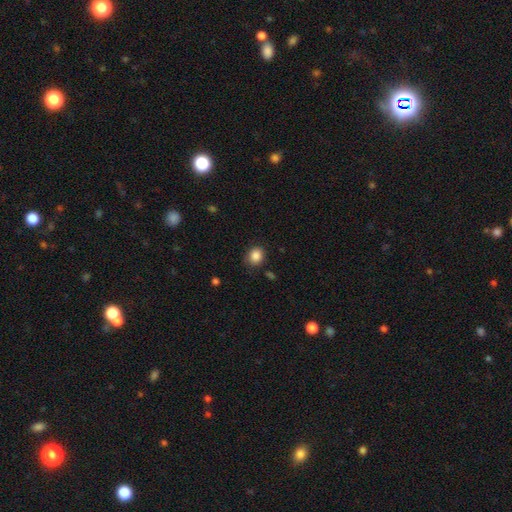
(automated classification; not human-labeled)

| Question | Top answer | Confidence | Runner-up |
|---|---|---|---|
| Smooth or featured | smooth | 86% | star or artifact (10%) |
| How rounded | round | 70% | in between (29%) |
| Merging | none | 81% | minor disturbance (14%) |